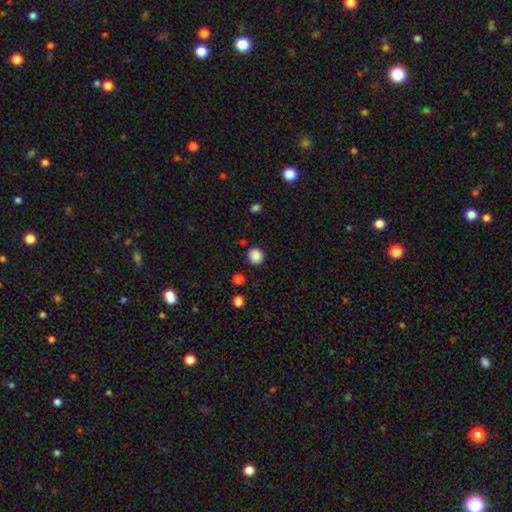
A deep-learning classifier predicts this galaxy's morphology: A smooth galaxy with no disk features (87%) that is round (89%). Merging: none (87%).